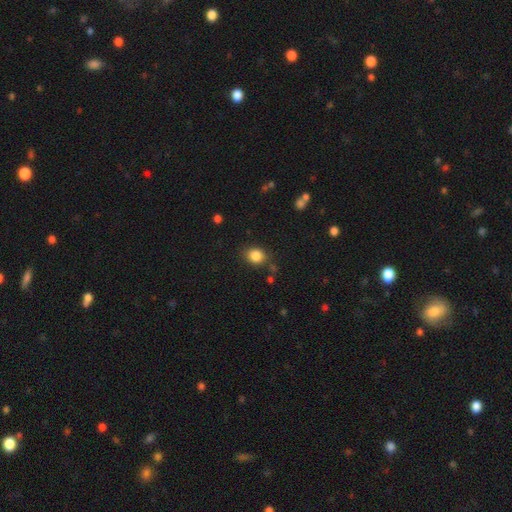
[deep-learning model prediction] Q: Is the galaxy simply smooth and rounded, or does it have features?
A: smooth — 85%.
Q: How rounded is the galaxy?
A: round — 62%.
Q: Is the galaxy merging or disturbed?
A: none — 79%.